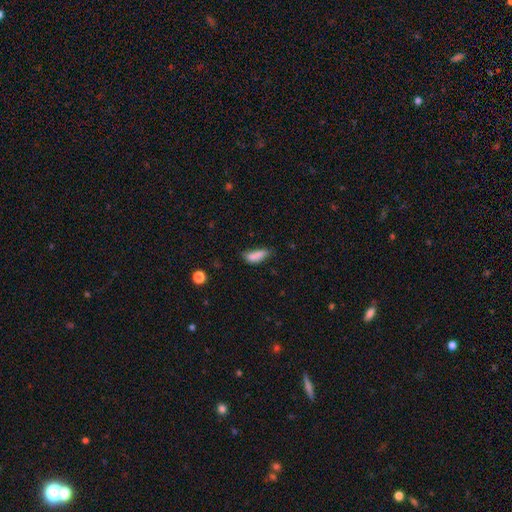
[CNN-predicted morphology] Overall: smooth (77%). How rounded: in between (70%). Merging: none (36%; minor disturbance 32%).